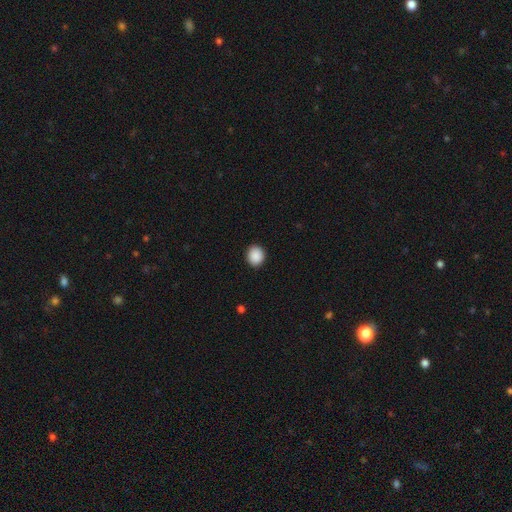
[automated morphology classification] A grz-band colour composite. It shows a smooth galaxy with no disk features (90%) that is round (76%). Merging: none (91%).